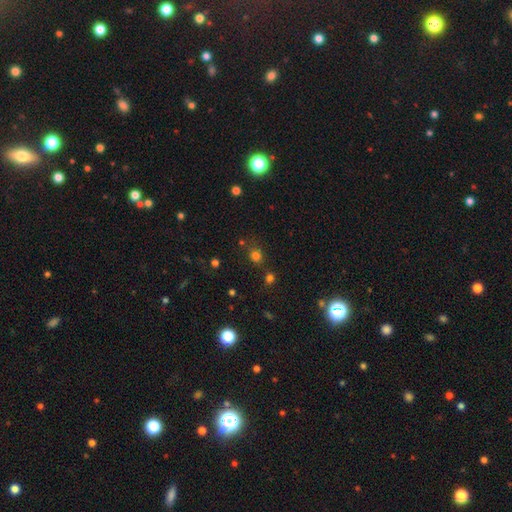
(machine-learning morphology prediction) A smooth galaxy with no disk features (71%) that is round (78%).

Vote fractions:
- Smooth or featured? smooth: 71% / star or artifact: 23% / featured or disk: 6%
- How rounded? round: 78% / in between: 21% / cigar-shaped: 1%
- Merging? none: 73% / minor disturbance: 13% / merger: 9% / major disturbance: 5%